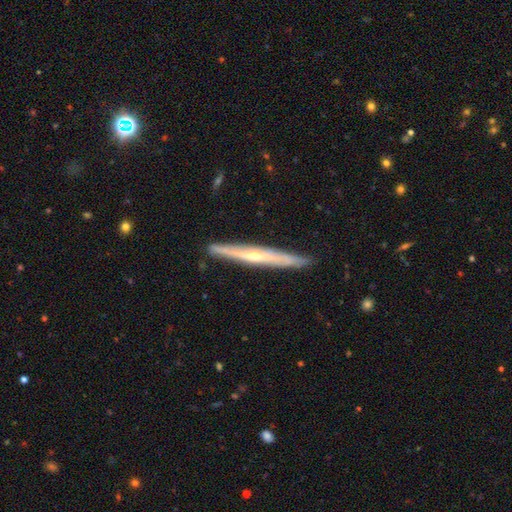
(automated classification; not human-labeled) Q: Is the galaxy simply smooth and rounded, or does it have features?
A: featured or disk — 70%.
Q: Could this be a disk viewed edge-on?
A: yes — 95%.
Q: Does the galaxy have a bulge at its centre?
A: rounded — 61%.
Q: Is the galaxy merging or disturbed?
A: none — 89%.